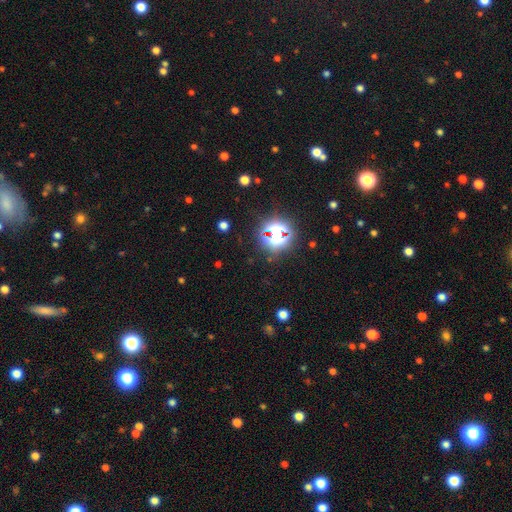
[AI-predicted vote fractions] A star or artifact, not a galaxy (80%).